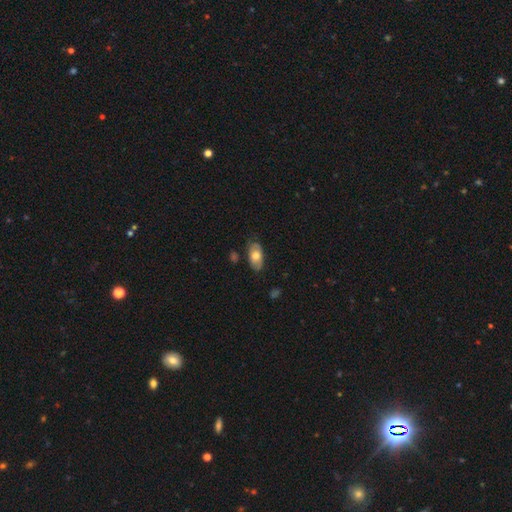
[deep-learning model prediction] This is likely a smooth galaxy (65%). How rounded: clearly in between (93%). Merging: likely none (73%).